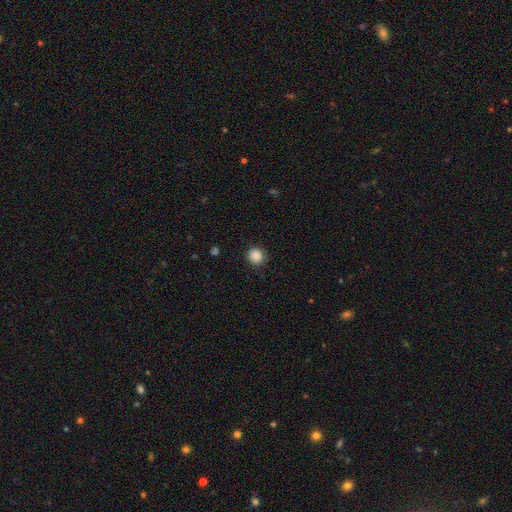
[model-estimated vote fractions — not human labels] Q: Smooth or featured?
A: smooth (87%); runner-up: star or artifact (10%)
Q: How rounded?
A: round (92%); runner-up: in between (7%)
Q: Merging?
A: none (89%); runner-up: minor disturbance (7%)